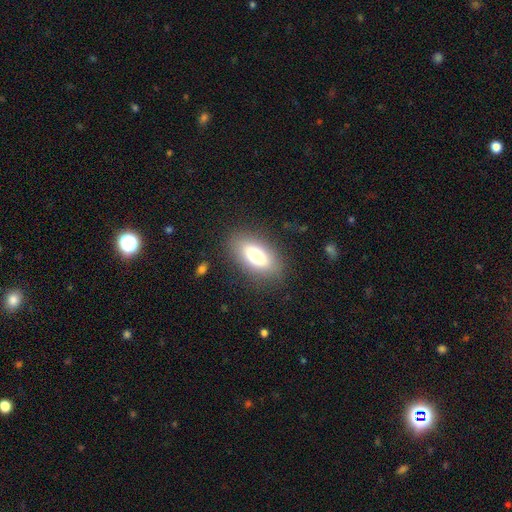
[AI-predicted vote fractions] Smooth or featured? Predicted: smooth (p=0.74). How rounded? Predicted: in between (p=0.87). Merging? Predicted: none (p=0.84).